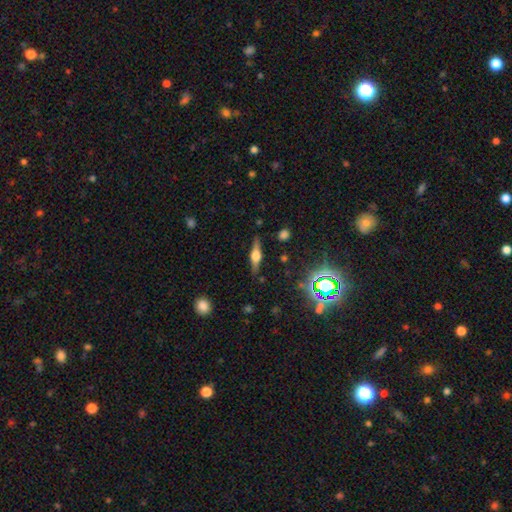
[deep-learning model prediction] This is likely a featured or disk galaxy (66%). It is clearly viewed edge-on (96%). Edge-on bulge: clearly rounded (89%). Merging: clearly none (85%).